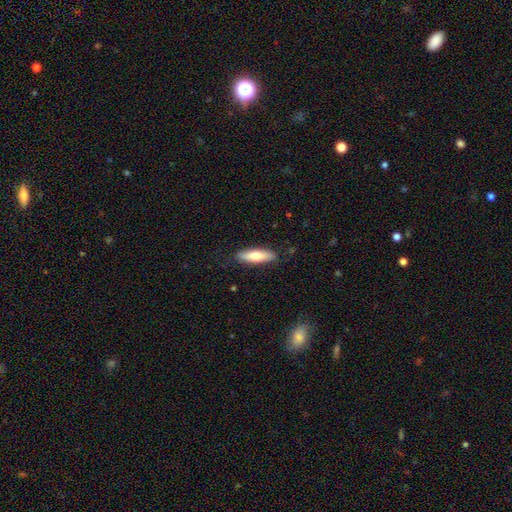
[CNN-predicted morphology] Overall: smooth (71%). How rounded: cigar-shaped (62%; in between 37%). Merging: none (85%).